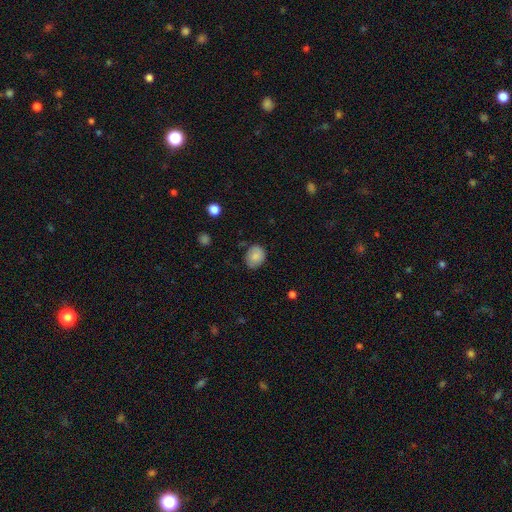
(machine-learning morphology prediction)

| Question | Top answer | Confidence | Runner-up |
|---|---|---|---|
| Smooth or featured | smooth | 83% | featured or disk (9%) |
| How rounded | round | 52% | in between (47%) |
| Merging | none | 74% | minor disturbance (20%) |